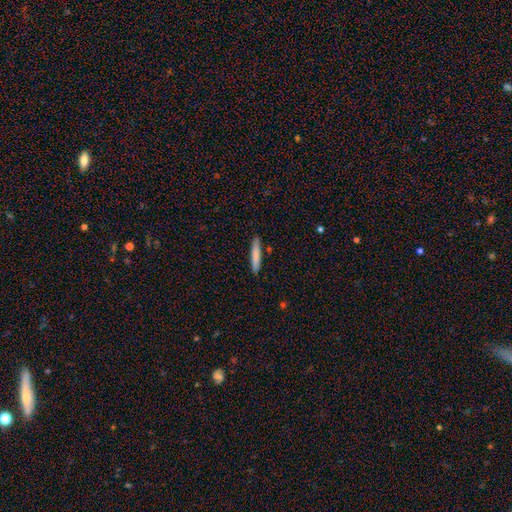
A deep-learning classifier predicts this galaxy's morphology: Smooth or featured? Predicted: smooth (p=0.80). How rounded? Predicted: cigar-shaped (p=0.92). Merging? Predicted: none (p=0.89).